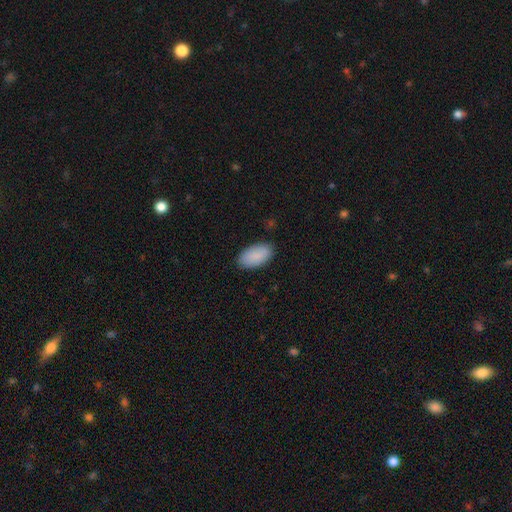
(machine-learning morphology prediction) This appears to be a smooth galaxy with no disk features (88%) that is in between round and cigar-shaped (95%). Merging: none (85%).